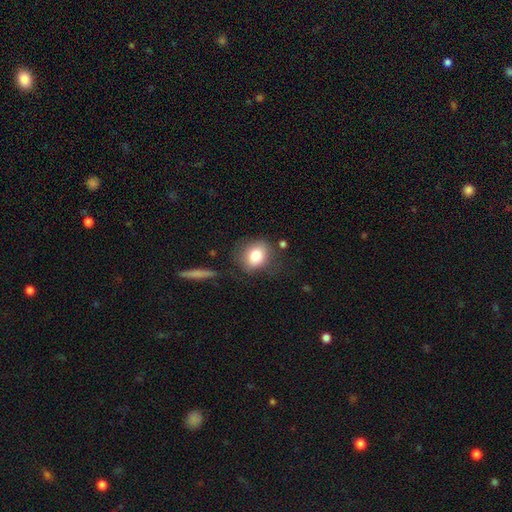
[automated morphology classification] smooth-or-featured: smooth: 80% | featured or disk: 11% | star or artifact: 9%
  how-rounded: round: 63% | in between: 36% | cigar-shaped: 1%
  merging: none: 70% | minor disturbance: 19% | major disturbance: 7% | merger: 4%